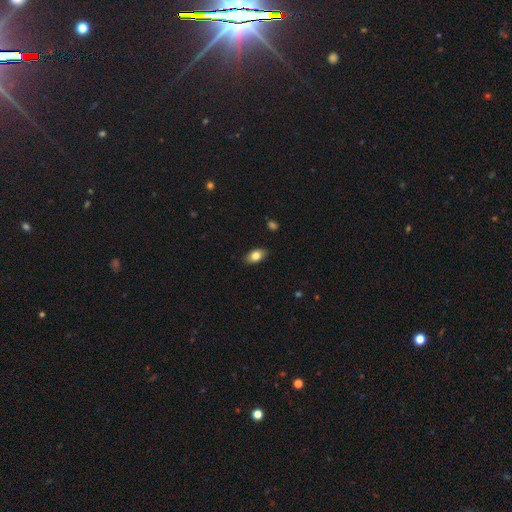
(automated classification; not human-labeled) Q: Smooth or featured?
A: smooth (82%); runner-up: featured or disk (10%)
Q: How rounded?
A: in between (89%); runner-up: round (8%)
Q: Merging?
A: none (87%); runner-up: minor disturbance (10%)